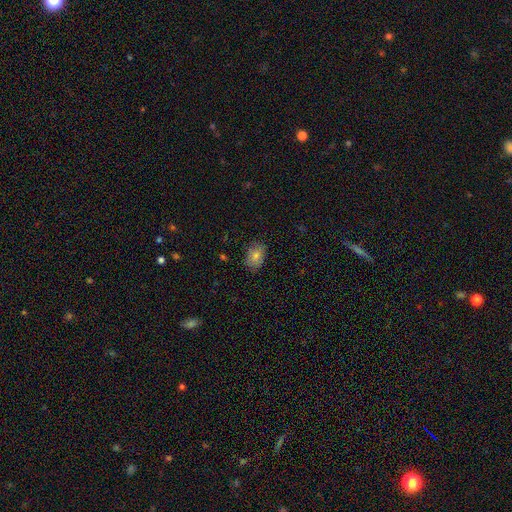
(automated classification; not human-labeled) Smooth or featured?
  - smooth: 69% *
  - featured or disk: 17%
  - star or artifact: 14%
How rounded?
  - in between: 69% *
  - round: 30%
  - cigar-shaped: 1%
Merging?
  - none: 81% *
  - minor disturbance: 15%
  - major disturbance: 3%
  - merger: 1%